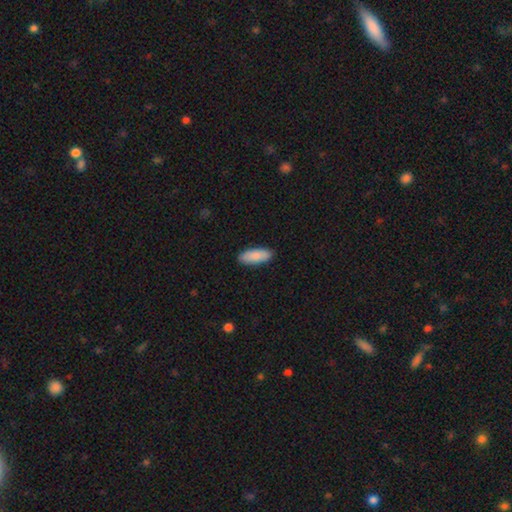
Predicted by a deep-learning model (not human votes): The model was most divided on "how rounded": in between: 76%, cigar-shaped: 22%, round: 2%. More confident: merging — none (89%); smooth or featured — smooth (88%).